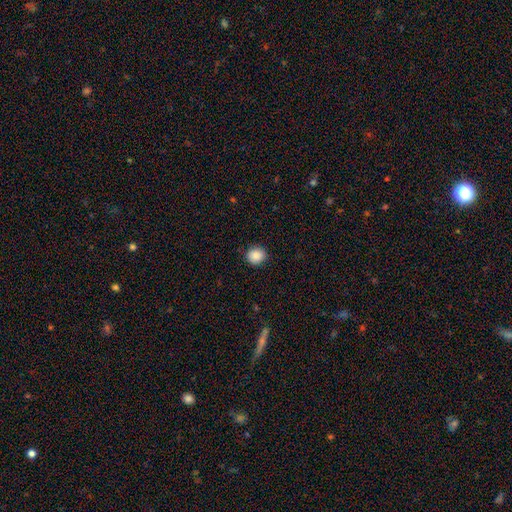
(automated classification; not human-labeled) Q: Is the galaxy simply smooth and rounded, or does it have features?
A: smooth — 88%.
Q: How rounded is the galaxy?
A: round — 85%.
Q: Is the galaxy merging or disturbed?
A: none — 91%.